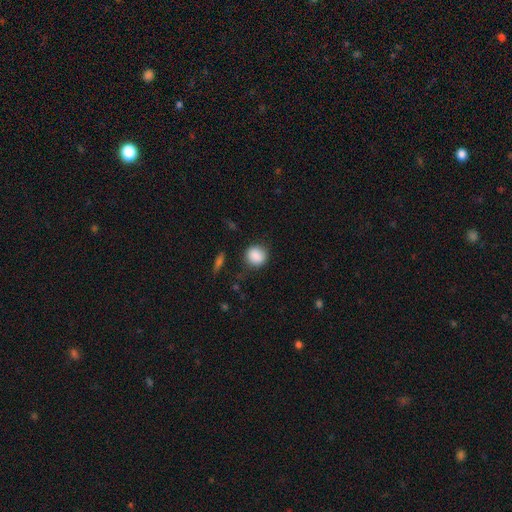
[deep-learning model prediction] smooth_or_featured: smooth (p=0.88) [alt: star or artifact p=0.08]
how_rounded: round (p=0.82) [alt: in between p=0.17]
merging: none (p=0.80) [alt: minor disturbance p=0.14]